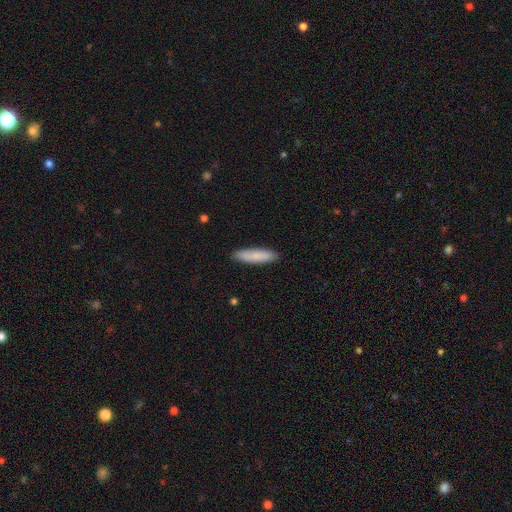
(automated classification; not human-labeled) A smooth galaxy with no disk features (85%) that is cigar-shaped (74%). Merging: none (90%).